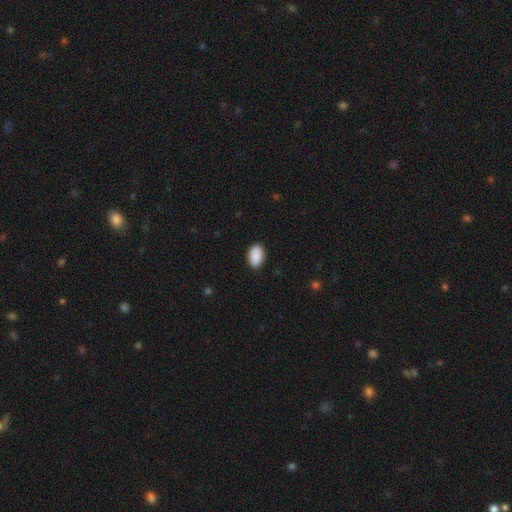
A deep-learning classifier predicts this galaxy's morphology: smooth 91%, star or artifact 6%, featured or disk 2%. Down the decision tree: how rounded — in between (92%); merging — none (89%).